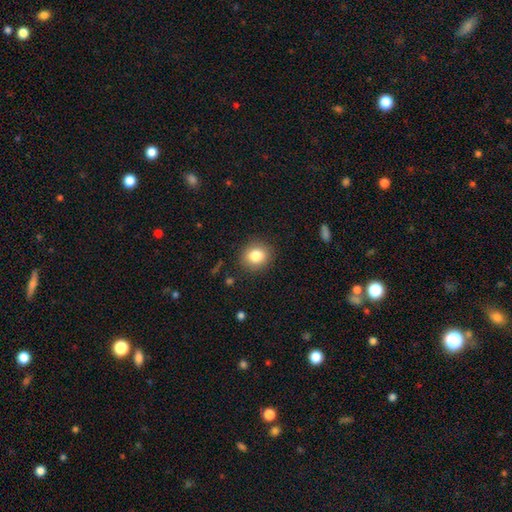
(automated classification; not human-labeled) smooth_or_featured: smooth (p=0.82) [alt: star or artifact p=0.10]
how_rounded: round (p=0.78) [alt: in between p=0.21]
merging: none (p=0.88) [alt: minor disturbance p=0.08]